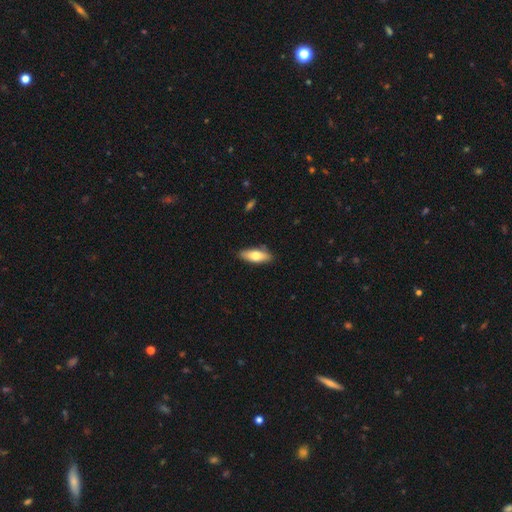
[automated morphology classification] smooth_or_featured: smooth (p=0.68) [alt: featured or disk p=0.26]
how_rounded: in between (p=0.70) [alt: cigar-shaped p=0.27]
merging: none (p=0.85) [alt: minor disturbance p=0.11]